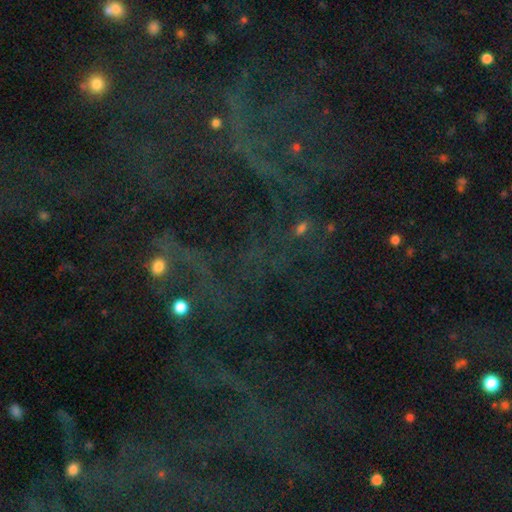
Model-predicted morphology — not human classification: This is likely a star or artifact rather than a galaxy (77%).